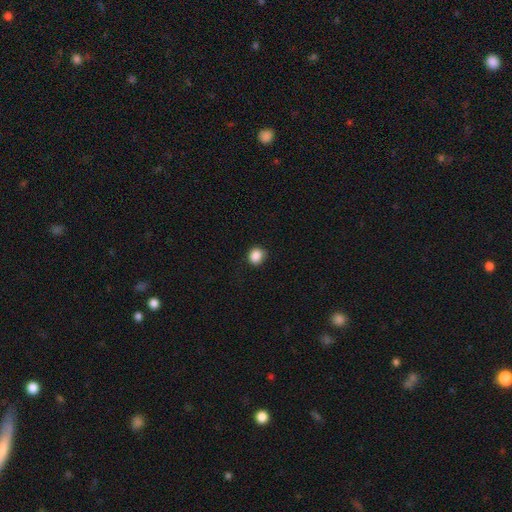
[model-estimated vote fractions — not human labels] This is clearly a smooth galaxy (88%). How rounded: likely round (77%). Merging: clearly none (83%).